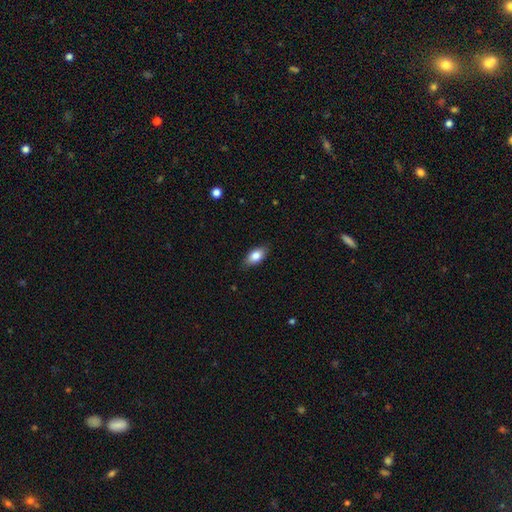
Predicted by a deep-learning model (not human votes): Smooth or featured? smooth (81%)
How rounded? in between (89%)
Merging? none (85%)